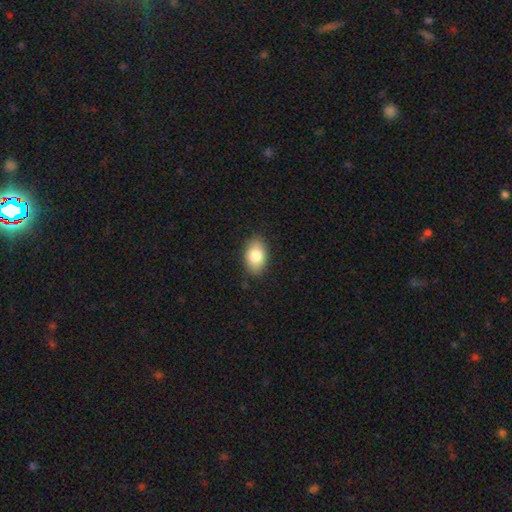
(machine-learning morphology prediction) This appears to be a smooth galaxy with no disk features (81%) that is in between round and cigar-shaped (90%). Merging: none (86%).